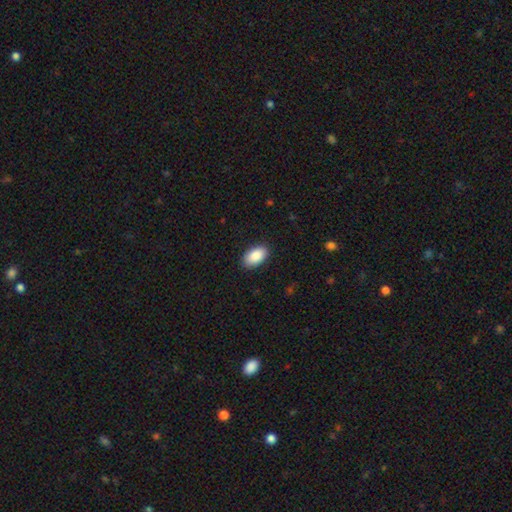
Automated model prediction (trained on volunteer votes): This appears to be a smooth galaxy with no disk features (90%) that is in between round and cigar-shaped (95%). Merging: none (88%).